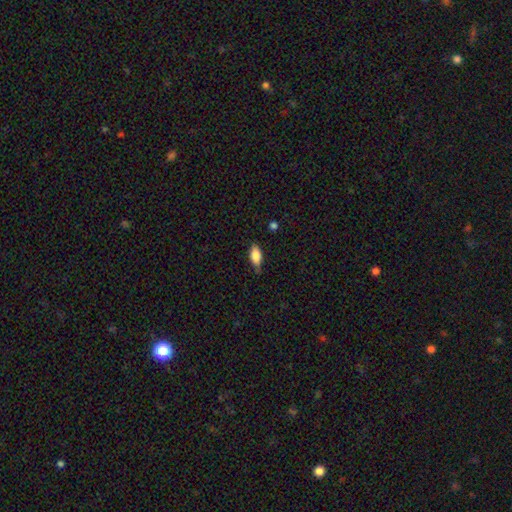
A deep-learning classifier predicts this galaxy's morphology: smooth-or-featured: smooth: 83% | featured or disk: 10% | star or artifact: 7%
  how-rounded: in between: 87% | cigar-shaped: 10% | round: 3%
  merging: none: 72% | minor disturbance: 22% | major disturbance: 4% | merger: 2%